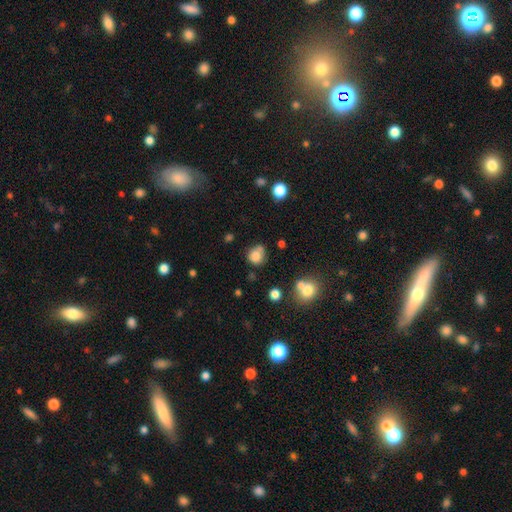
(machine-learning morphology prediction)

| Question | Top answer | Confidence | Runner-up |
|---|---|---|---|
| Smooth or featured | smooth | 80% | star or artifact (12%) |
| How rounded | round | 78% | in between (21%) |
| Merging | none | 56% | minor disturbance (24%) |